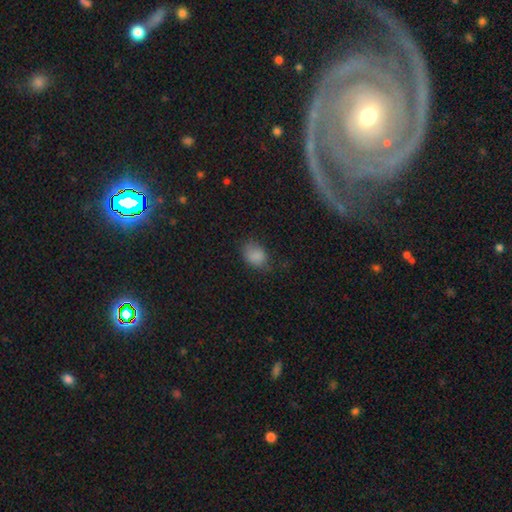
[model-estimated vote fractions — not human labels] Smooth or featured?
  - smooth: 83% *
  - star or artifact: 11%
  - featured or disk: 6%
How rounded?
  - in between: 72% *
  - round: 27%
  - cigar-shaped: 1%
Merging?
  - none: 62% *
  - minor disturbance: 28%
  - major disturbance: 9%
  - merger: 2%